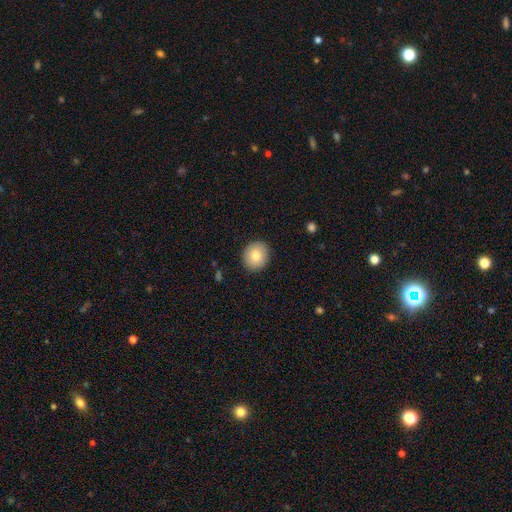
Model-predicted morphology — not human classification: type=smooth (80%); roundness=round (83%); merging=none (91%).